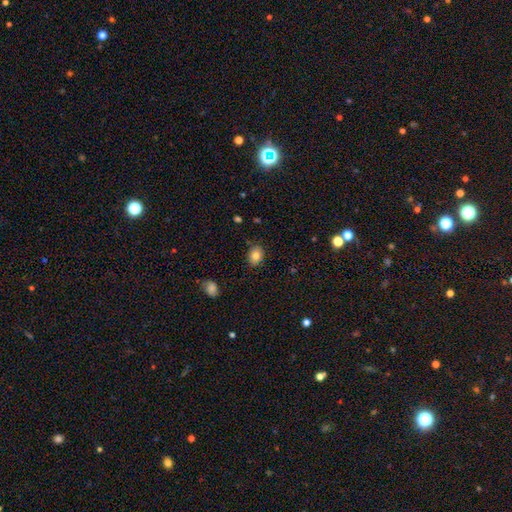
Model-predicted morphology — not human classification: smooth 82%, star or artifact 9%, featured or disk 9%. Down the decision tree: how rounded — in between (61%); merging — none (86%).